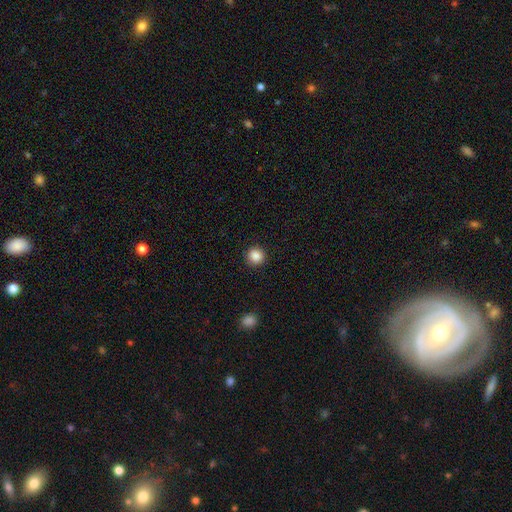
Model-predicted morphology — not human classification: smooth-or-featured: smooth: 87% | star or artifact: 10% | featured or disk: 3%
  how-rounded: round: 93% | in between: 6% | cigar-shaped: 1%
  merging: none: 92% | minor disturbance: 5% | major disturbance: 2% | merger: 1%